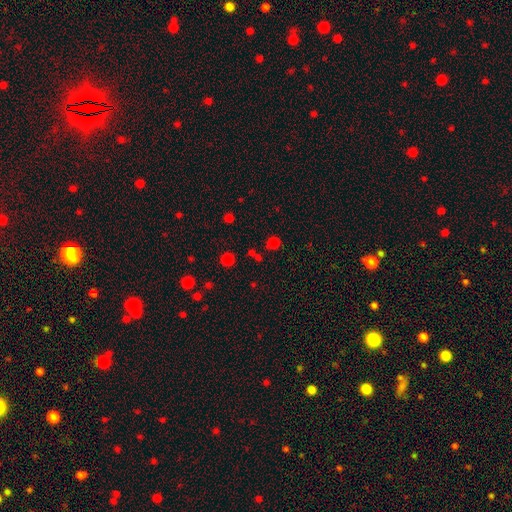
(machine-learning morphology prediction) Smooth or featured? Predicted: smooth (p=0.69). How rounded? Predicted: round (p=0.90). Merging? Predicted: none (p=0.79).